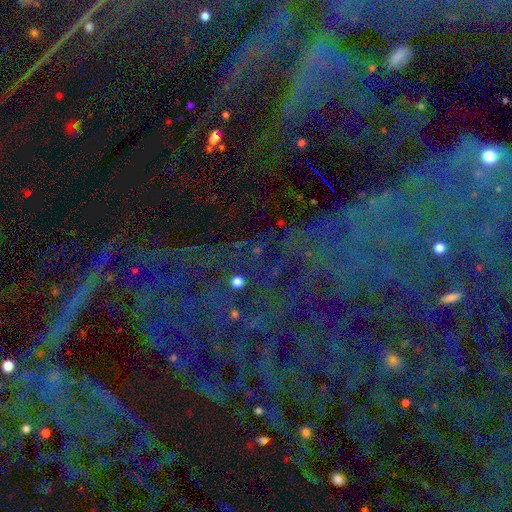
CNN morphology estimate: type=star or artifact (84%).